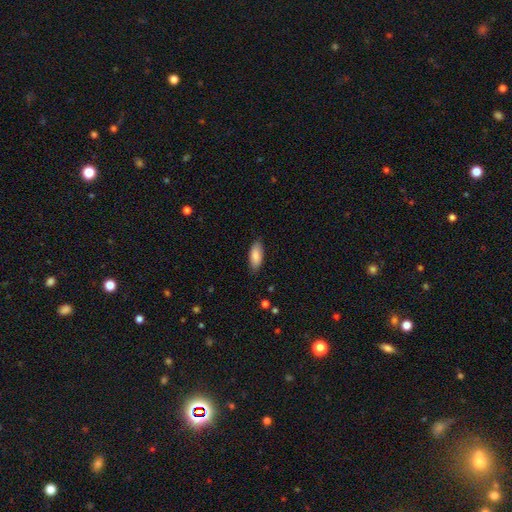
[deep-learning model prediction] Overall: smooth (87%). How rounded: in between (82%). Merging: none (85%).